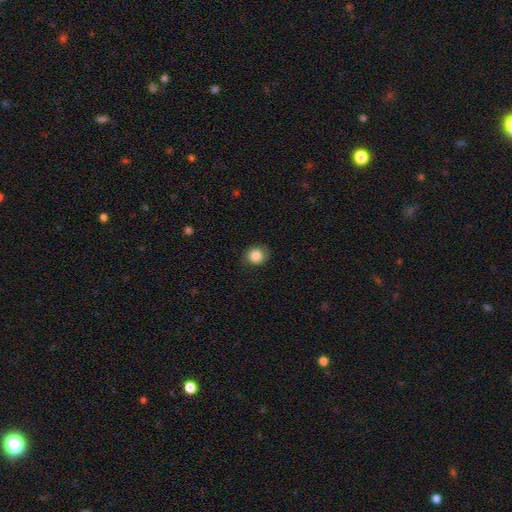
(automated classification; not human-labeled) The model was most divided on "merging": none: 77%, minor disturbance: 17%, major disturbance: 5%, merger: 1%. More confident: how rounded — round (84%); smooth or featured — smooth (84%).